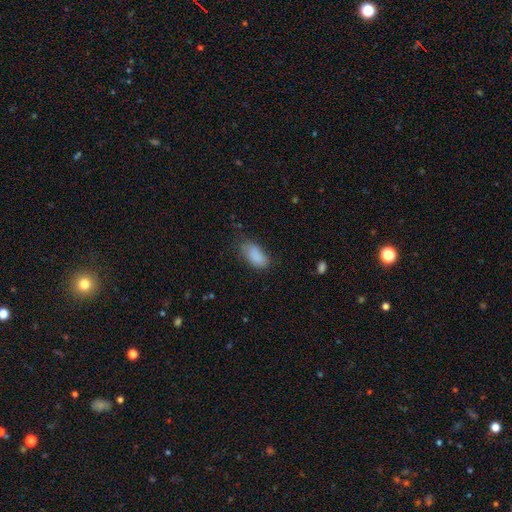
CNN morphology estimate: Q: Smooth or featured?
A: smooth (86%); runner-up: star or artifact (8%)
Q: How rounded?
A: in between (92%); runner-up: cigar-shaped (5%)
Q: Merging?
A: none (63%); runner-up: minor disturbance (27%)